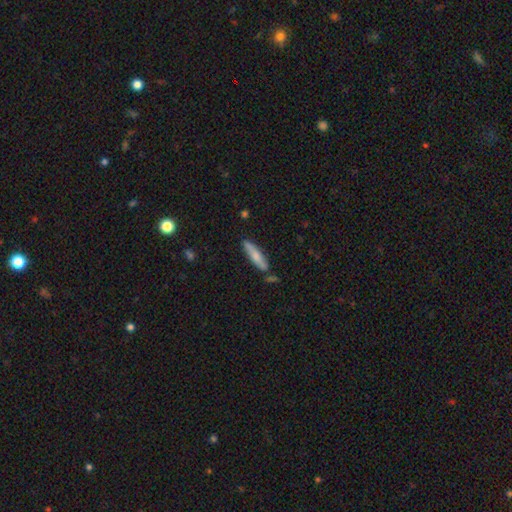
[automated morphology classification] smooth_or_featured: smooth (p=0.71) [alt: featured or disk p=0.24]
how_rounded: cigar-shaped (p=0.80) [alt: in between p=0.18]
merging: none (p=0.79) [alt: minor disturbance p=0.13]